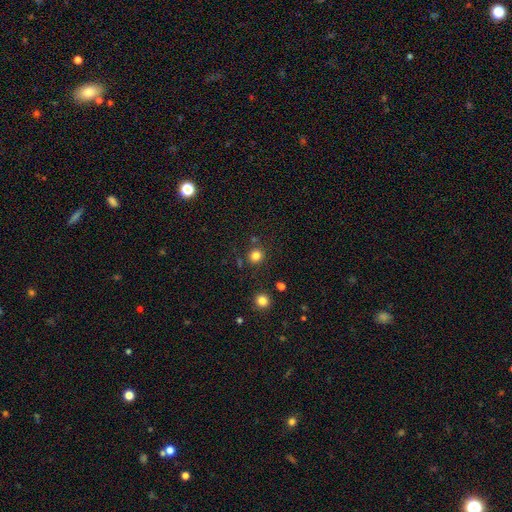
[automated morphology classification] A smooth galaxy with no disk features (81%) that is round (91%). Merging: none (83%).